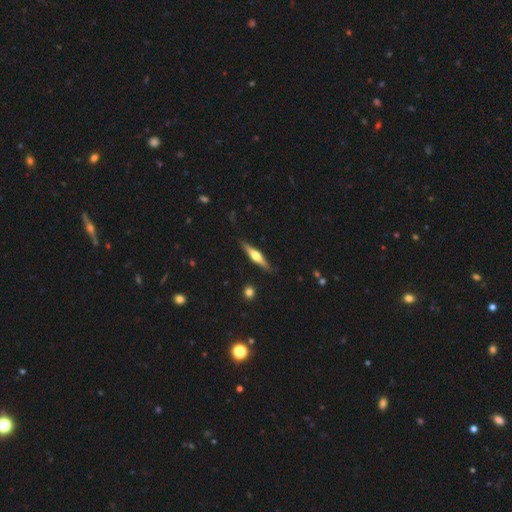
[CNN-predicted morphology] A featured or disk galaxy (66%) viewed edge-on (97%) with a rounded central bulge (92%). Merging: none (88%).